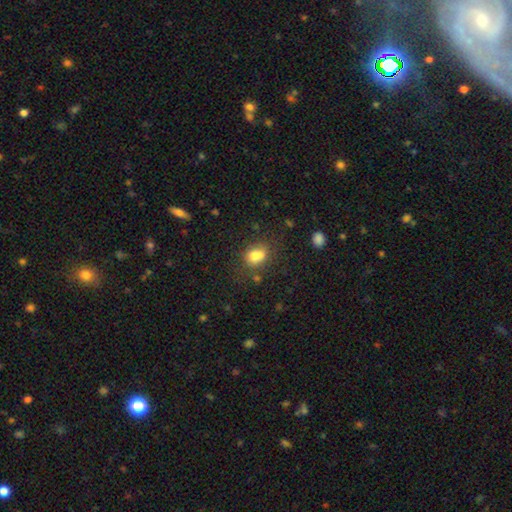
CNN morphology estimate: This is likely a smooth galaxy (75%). How rounded: possibly in between (58%). Merging: possibly none (46%).